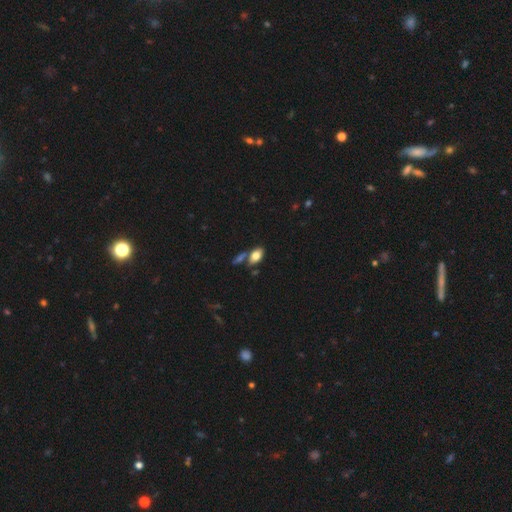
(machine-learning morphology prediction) smooth_or_featured: smooth (p=0.77) [alt: featured or disk p=0.15]
how_rounded: in between (p=0.90) [alt: round p=0.06]
merging: none (p=0.60) [alt: merger p=0.22]